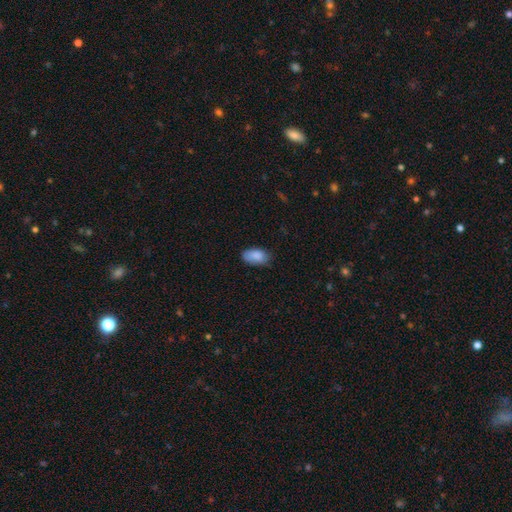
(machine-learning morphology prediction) Smooth or featured? smooth (87%)
How rounded? in between (93%)
Merging? none (72%)